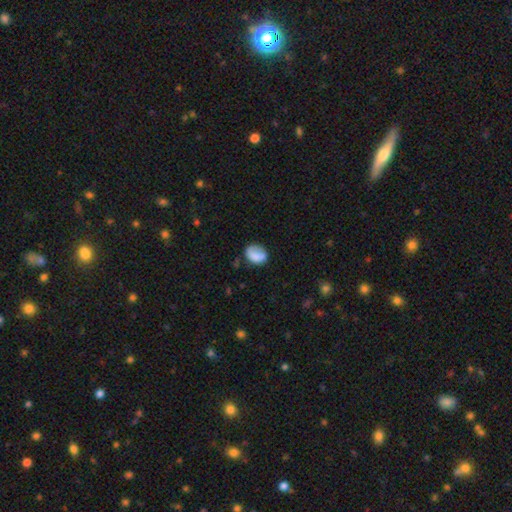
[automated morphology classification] The model was most divided on "how rounded": in between: 56%, round: 43%, cigar-shaped: 1%. More confident: smooth or featured — smooth (76%); merging — none (55%).